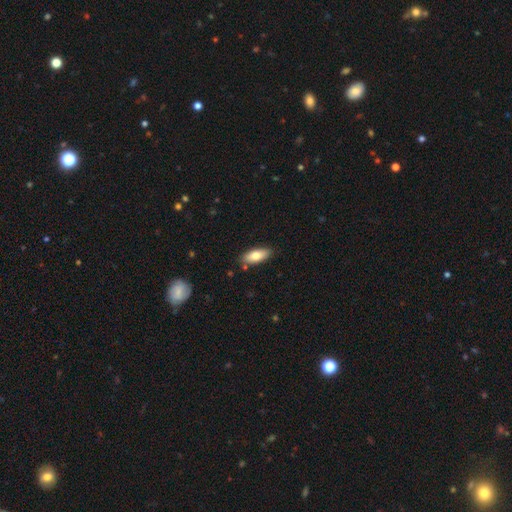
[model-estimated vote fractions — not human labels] Morphology: type=smooth (75%); roundness=in between (80%); merging=none (85%).